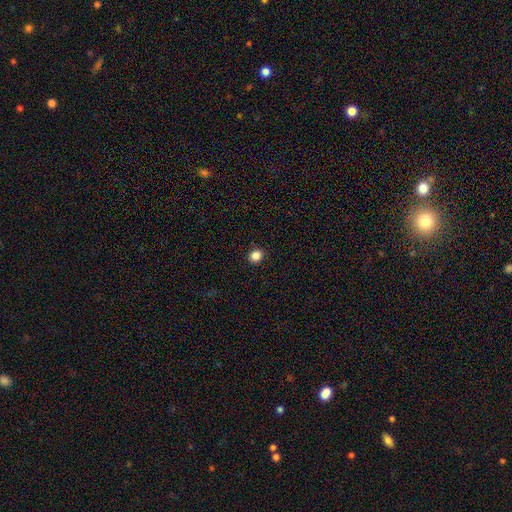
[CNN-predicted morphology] Smooth or featured? smooth (85%)
How rounded? round (73%)
Merging? none (90%)